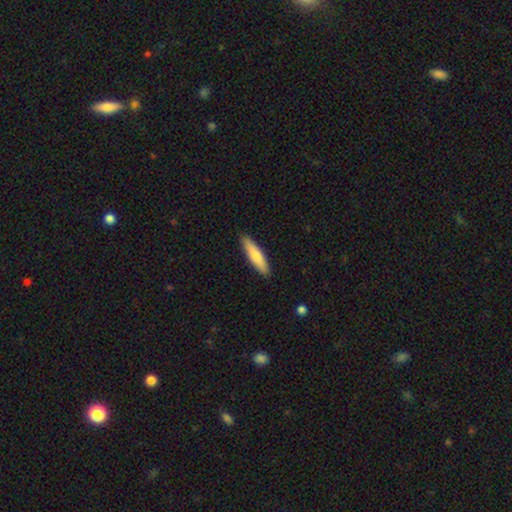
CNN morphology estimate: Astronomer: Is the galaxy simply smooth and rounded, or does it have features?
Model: smooth — 74%.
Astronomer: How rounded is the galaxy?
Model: cigar-shaped — 77%.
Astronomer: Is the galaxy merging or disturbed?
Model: none — 89%.